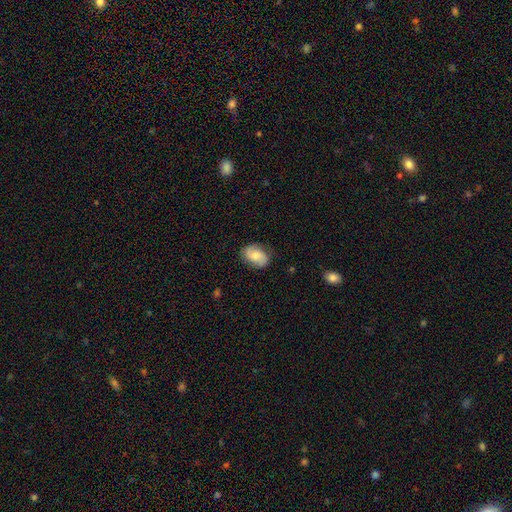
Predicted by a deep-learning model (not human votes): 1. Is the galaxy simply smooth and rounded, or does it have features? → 48% smooth, 44% featured or disk, 8% star or artifact.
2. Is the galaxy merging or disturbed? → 79% none, 16% minor disturbance, 4% major disturbance, 1% merger.